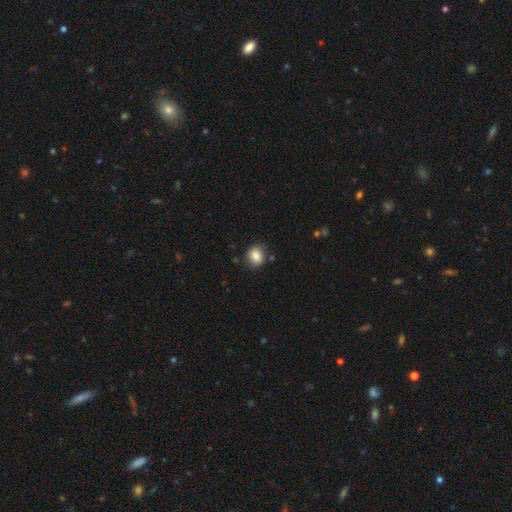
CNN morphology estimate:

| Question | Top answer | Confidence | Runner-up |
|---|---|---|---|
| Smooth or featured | smooth | 84% | star or artifact (9%) |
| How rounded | round | 64% | in between (35%) |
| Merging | none | 82% | minor disturbance (12%) |